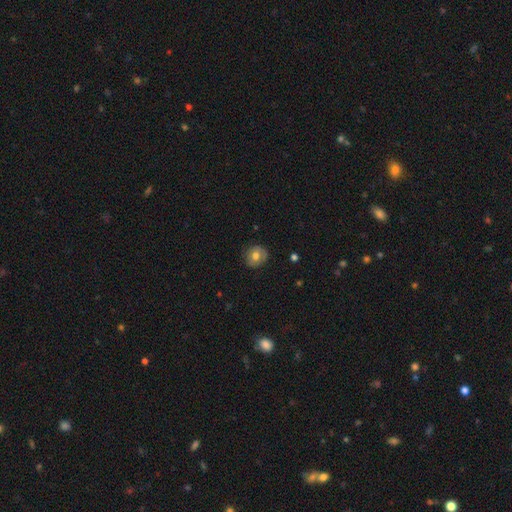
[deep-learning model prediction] Smooth or featured? Predicted: smooth (p=0.65). How rounded? Predicted: round (p=0.83). Merging? Predicted: none (p=0.81).